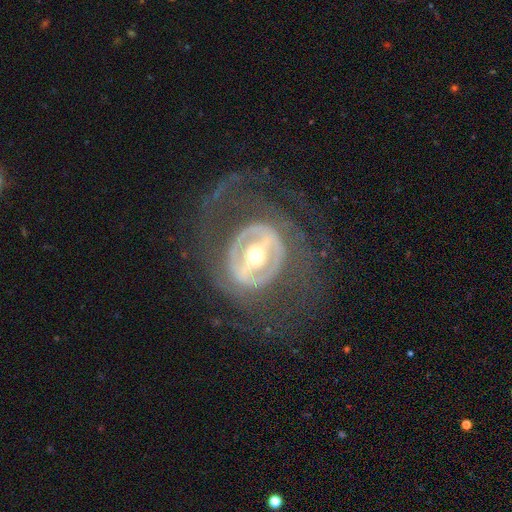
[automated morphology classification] smooth-or-featured: featured or disk: 82% | smooth: 13% | star or artifact: 6%
  disk-edge-on: no: 94% | yes: 6%
    bar: strong: 61% | weak: 23% | no: 16%
    has-spiral-arms: no: 52% | yes: 48%
    bulge-size: moderate: 65% | small: 26% | large: 7% | dominant: 1% | none: 1%
  merging: none: 58% | major disturbance: 25% | minor disturbance: 15% | merger: 2%